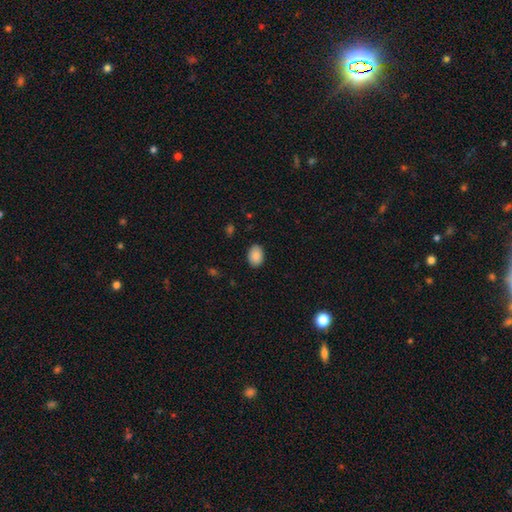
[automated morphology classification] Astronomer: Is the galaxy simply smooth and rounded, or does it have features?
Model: smooth — 89%.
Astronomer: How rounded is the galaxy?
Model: in between — 76%.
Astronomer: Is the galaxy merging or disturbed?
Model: none — 88%.